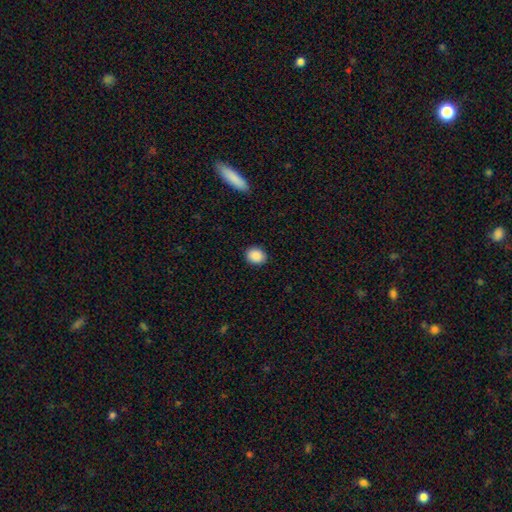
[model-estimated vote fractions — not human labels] smooth-or-featured: smooth: 89% | star or artifact: 8% | featured or disk: 3%
  how-rounded: round: 61% | in between: 38% | cigar-shaped: 1%
  merging: none: 90% | minor disturbance: 7% | major disturbance: 2% | merger: 1%